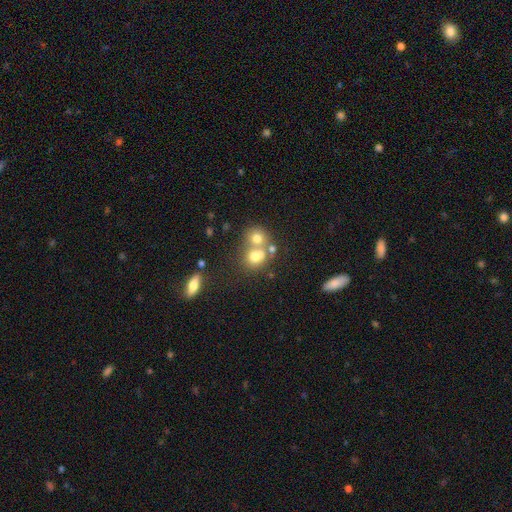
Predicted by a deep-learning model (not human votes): smooth 67%, featured or disk 20%, star or artifact 14%. Down the decision tree: how rounded — round (72%); merging — merger (54%).